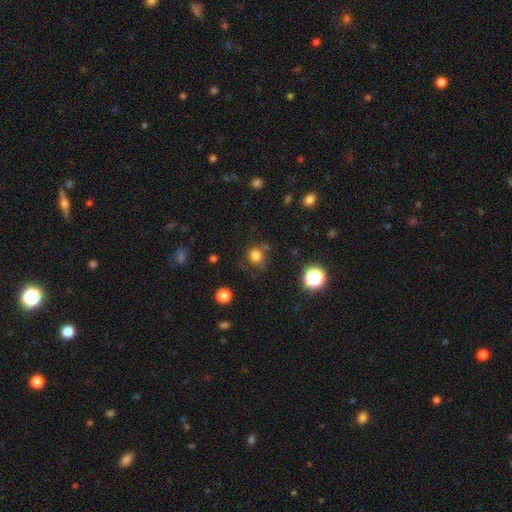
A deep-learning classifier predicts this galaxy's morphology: Smooth or featured?
  - smooth: 78% *
  - star or artifact: 15%
  - featured or disk: 7%
How rounded?
  - round: 84% *
  - in between: 15%
  - cigar-shaped: 1%
Merging?
  - none: 68% *
  - minor disturbance: 19%
  - major disturbance: 8%
  - merger: 5%